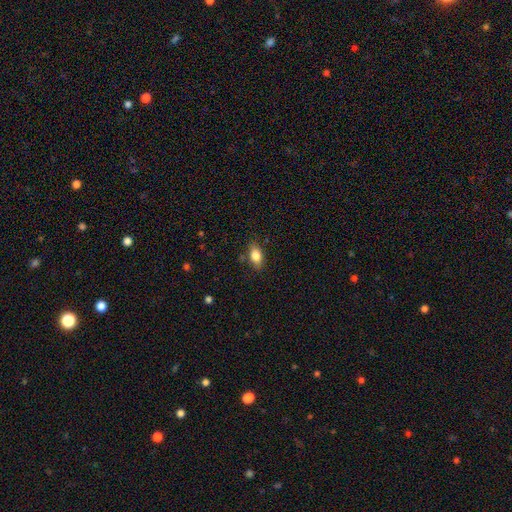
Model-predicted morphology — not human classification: Smooth or featured? smooth (83%)
How rounded? in between (86%)
Merging? none (81%)